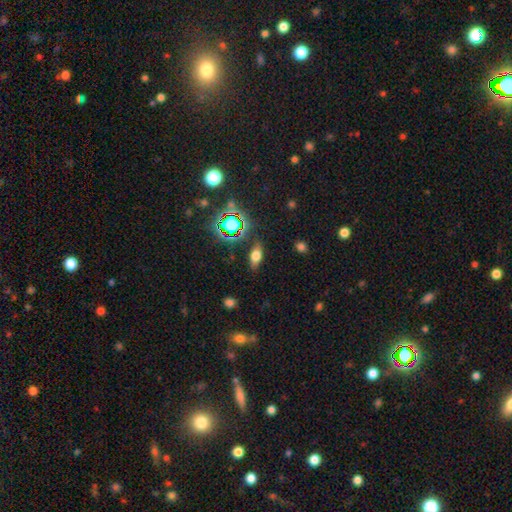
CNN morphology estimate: Smooth or featured: smooth — 63% (featured or disk — 19%)
How rounded: in between — 77% (cigar-shaped — 14%)
Merging: none — 82% (minor disturbance — 12%)